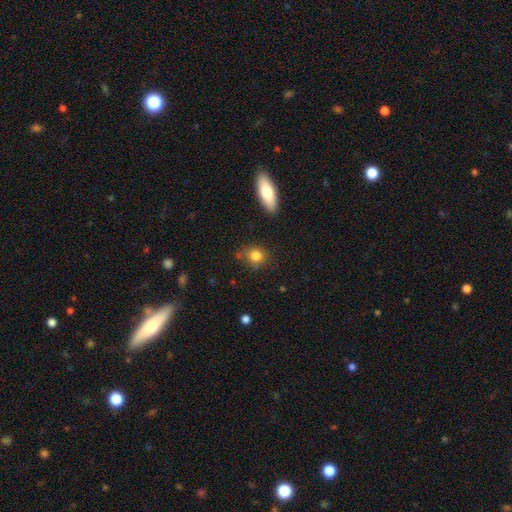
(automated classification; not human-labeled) smooth 82%, star or artifact 11%, featured or disk 7%. Down the decision tree: how rounded — round (77%); merging — none (71%).